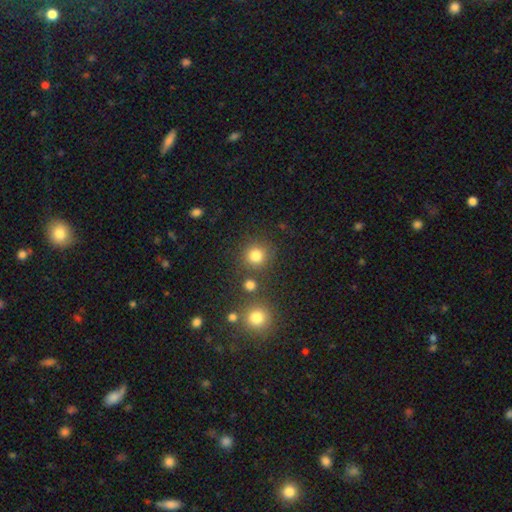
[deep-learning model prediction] This is likely a smooth galaxy (80%). How rounded: clearly round (91%). Merging: likely none (79%).